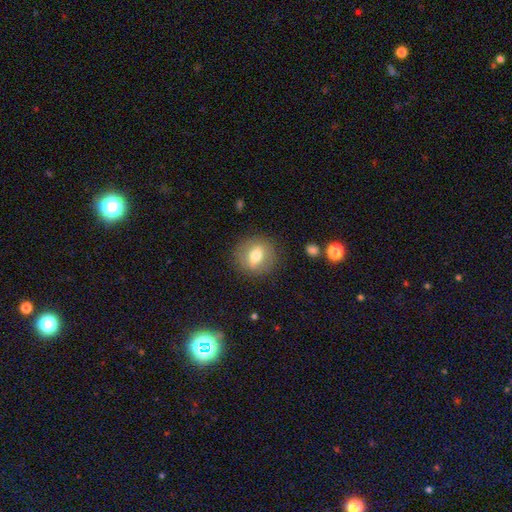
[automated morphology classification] smooth 67%, featured or disk 25%, star or artifact 9%. Down the decision tree: how rounded — round (69%); merging — none (85%).